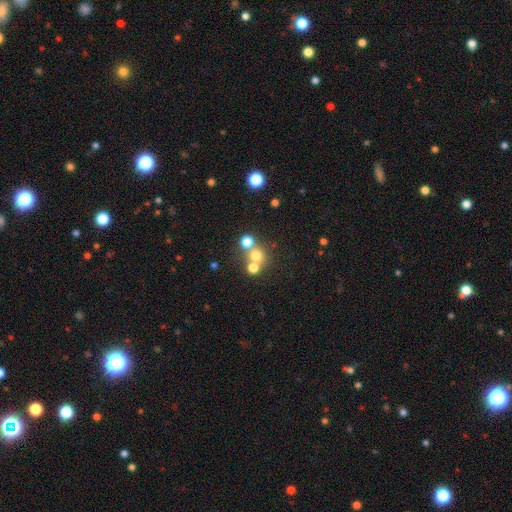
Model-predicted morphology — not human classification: type=smooth (66%); roundness=round (87%); merging=none (52%).